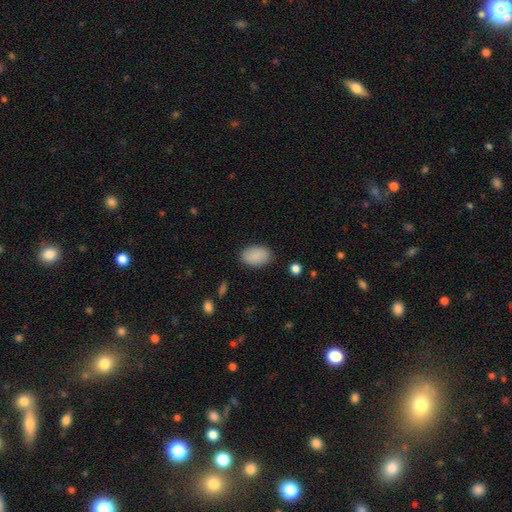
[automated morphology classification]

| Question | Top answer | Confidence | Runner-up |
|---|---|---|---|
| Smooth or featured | smooth | 90% | star or artifact (7%) |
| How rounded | in between | 91% | round (8%) |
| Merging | none | 86% | minor disturbance (10%) |